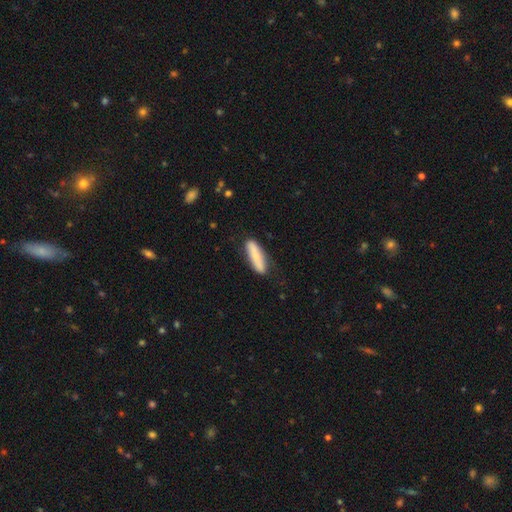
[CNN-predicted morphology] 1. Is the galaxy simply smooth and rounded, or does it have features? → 72% smooth, 22% featured or disk, 6% star or artifact.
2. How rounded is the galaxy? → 72% cigar-shaped, 26% in between, 2% round.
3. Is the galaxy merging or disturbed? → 80% none, 15% minor disturbance, 3% major disturbance, 2% merger.